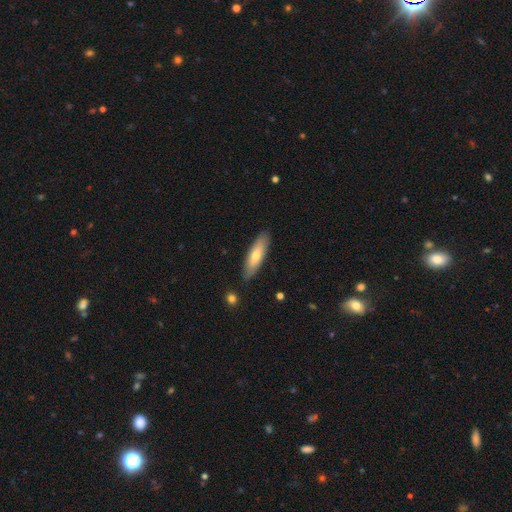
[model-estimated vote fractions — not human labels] smooth_or_featured: smooth (p=0.66) [alt: featured or disk p=0.29]
how_rounded: cigar-shaped (p=0.59) [alt: in between p=0.39]
merging: none (p=0.87) [alt: minor disturbance p=0.10]